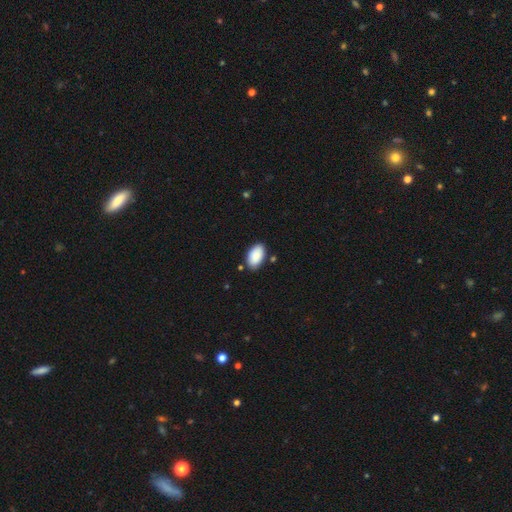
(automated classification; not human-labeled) smooth_or_featured: smooth (p=0.90) [alt: star or artifact p=0.06]
how_rounded: in between (p=0.95) [alt: round p=0.04]
merging: none (p=0.83) [alt: minor disturbance p=0.12]